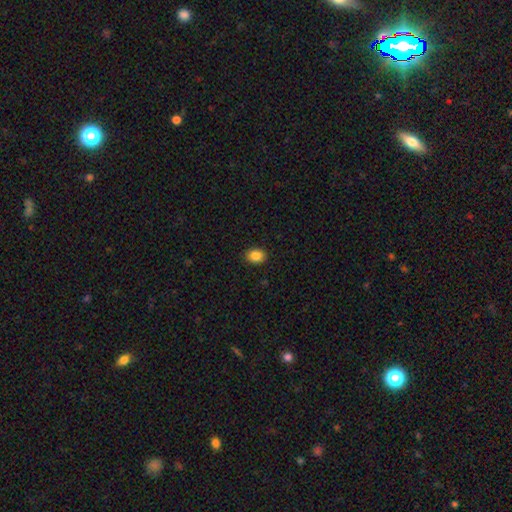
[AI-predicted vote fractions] Smooth or featured?
  - smooth: 87% *
  - star or artifact: 9%
  - featured or disk: 4%
How rounded?
  - in between: 67% *
  - round: 32%
  - cigar-shaped: 1%
Merging?
  - none: 90% *
  - minor disturbance: 7%
  - major disturbance: 2%
  - merger: 1%